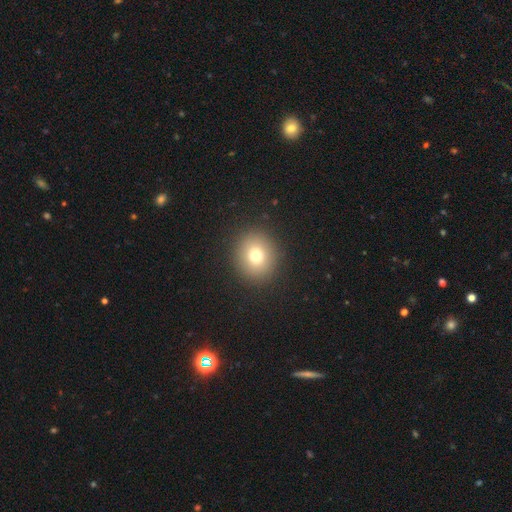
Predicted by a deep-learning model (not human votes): Overall: smooth (75%). How rounded: round (78%). Merging: none (90%).